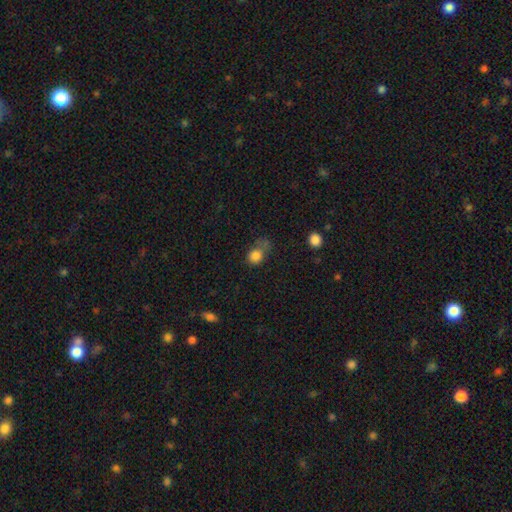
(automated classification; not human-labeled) This is clearly a smooth galaxy (81%). How rounded: likely round (67%). Merging: marginally none (38%).